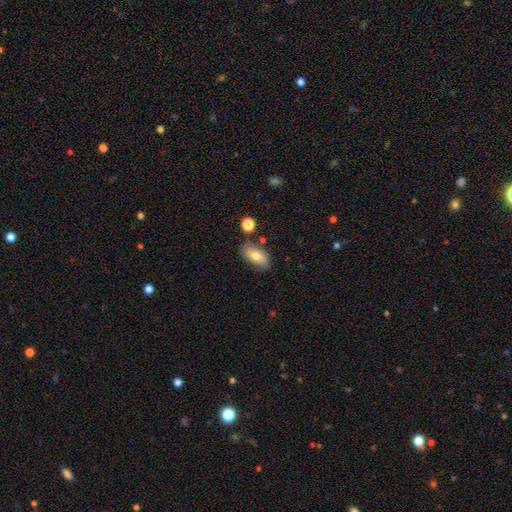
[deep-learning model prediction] Smooth or featured? smooth (72%)
How rounded? in between (90%)
Merging? none (76%)